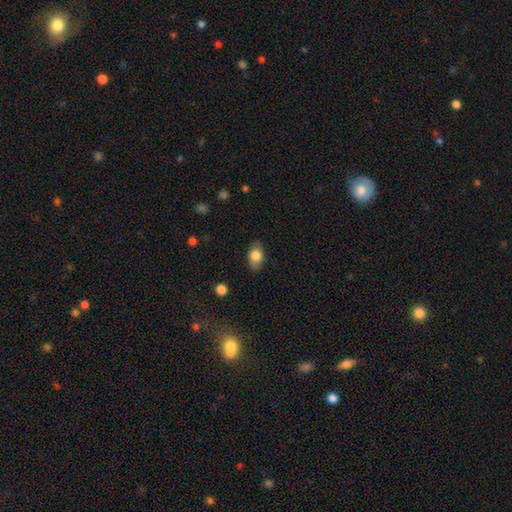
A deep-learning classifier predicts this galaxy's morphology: Smooth or featured?
  - smooth: 81% *
  - featured or disk: 12%
  - star or artifact: 8%
How rounded?
  - in between: 84% *
  - round: 14%
  - cigar-shaped: 2%
Merging?
  - none: 82% *
  - minor disturbance: 14%
  - major disturbance: 3%
  - merger: 1%